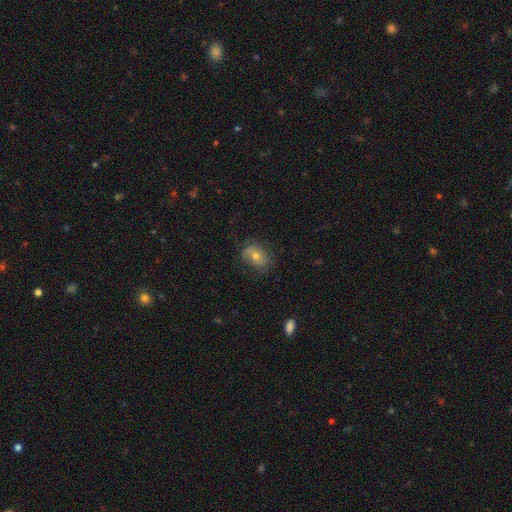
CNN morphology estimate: Smooth or featured? Predicted: smooth (p=0.57). How rounded? Predicted: in between (p=0.64). Merging? Predicted: none (p=0.65).